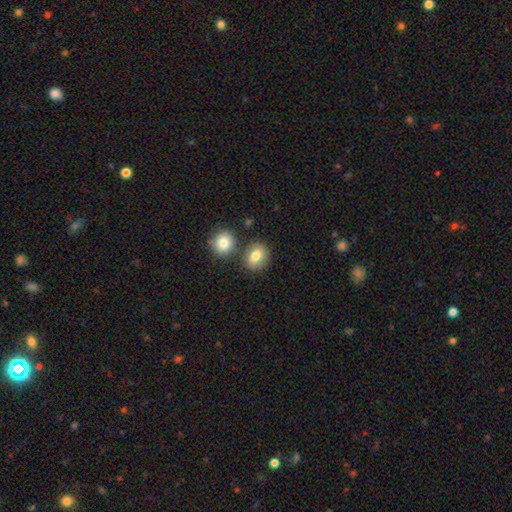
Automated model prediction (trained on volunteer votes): This appears to be a smooth galaxy with no disk features (81%) that is round (50%). Merging: none (70%).